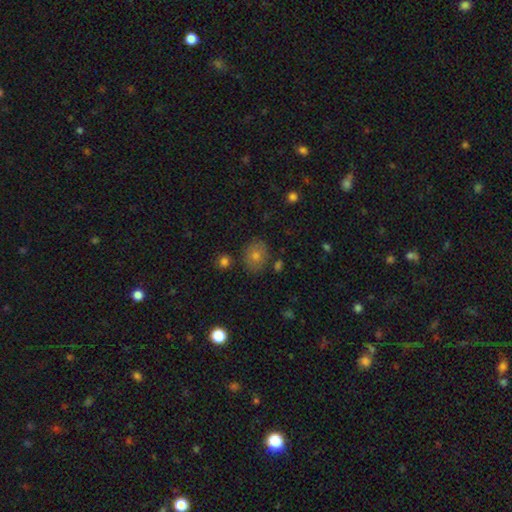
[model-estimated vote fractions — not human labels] Morphology: type=smooth (69%); roundness=round (60%); merging=none (81%).